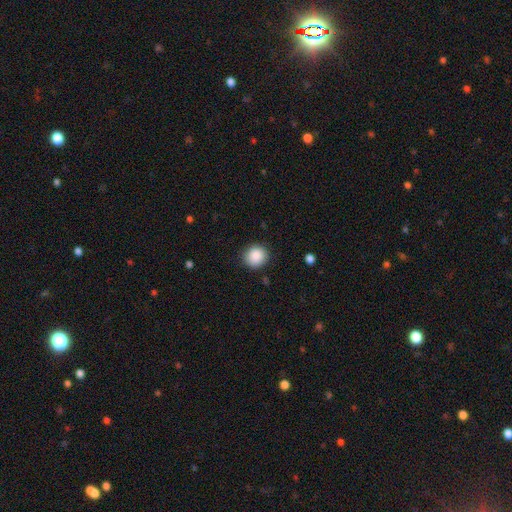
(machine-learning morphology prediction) Smooth or featured? Predicted: smooth (p=0.88). How rounded? Predicted: round (p=0.89). Merging? Predicted: none (p=0.88).